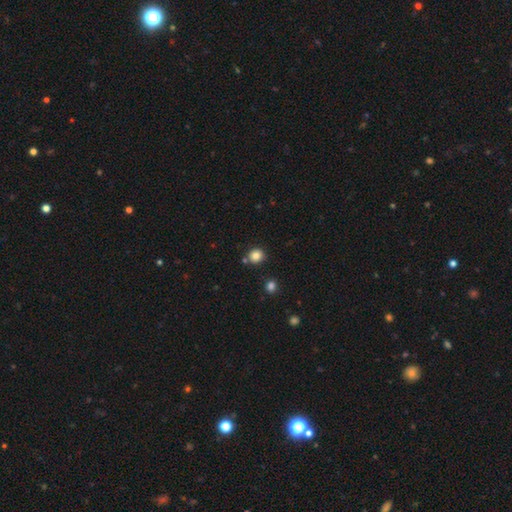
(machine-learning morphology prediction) smooth 83%, star or artifact 11%, featured or disk 5%. Down the decision tree: how rounded — round (86%); merging — none (82%).